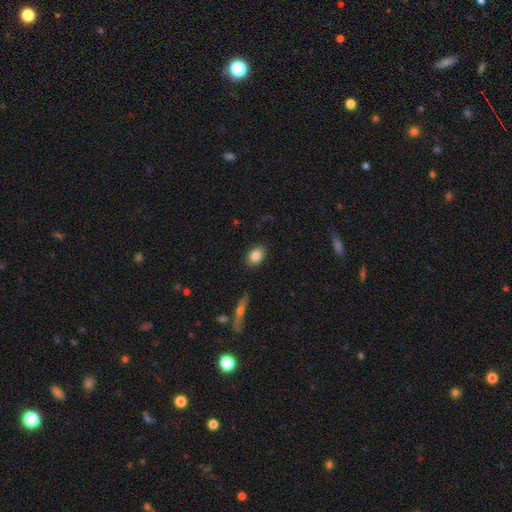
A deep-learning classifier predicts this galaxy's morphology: Smooth or featured? Predicted: smooth (p=0.83). How rounded? Predicted: in between (p=0.78). Merging? Predicted: none (p=0.88).